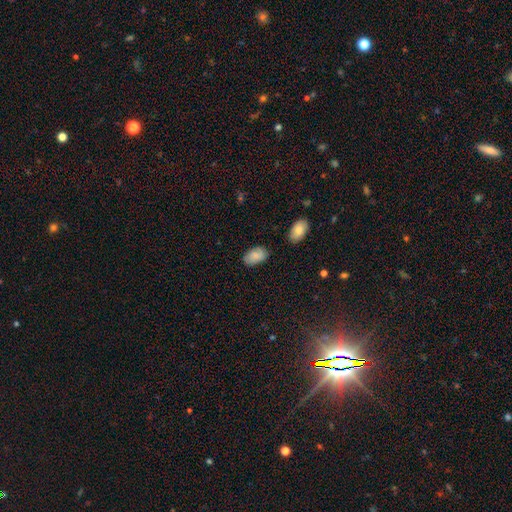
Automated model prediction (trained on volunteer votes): Q: Smooth or featured?
A: smooth (82%); runner-up: featured or disk (11%)
Q: How rounded?
A: in between (94%); runner-up: round (5%)
Q: Merging?
A: none (76%); runner-up: minor disturbance (18%)